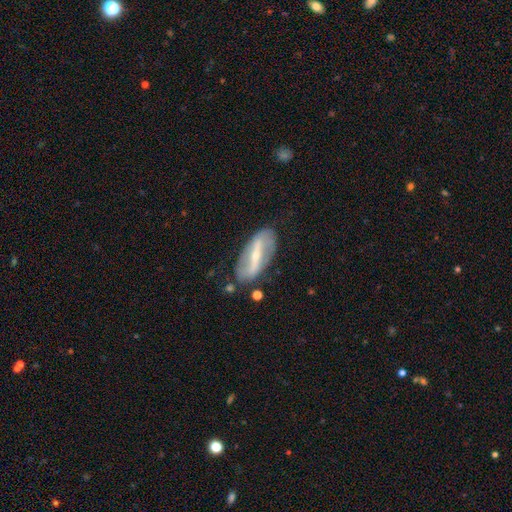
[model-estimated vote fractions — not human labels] featured or disk 77%, smooth 17%, star or artifact 6%. Down the decision tree: edge-on disk — no (85%); bar — strong (74%); spiral arms — yes (67%); bulge size — small (59%); merging — none (78%).